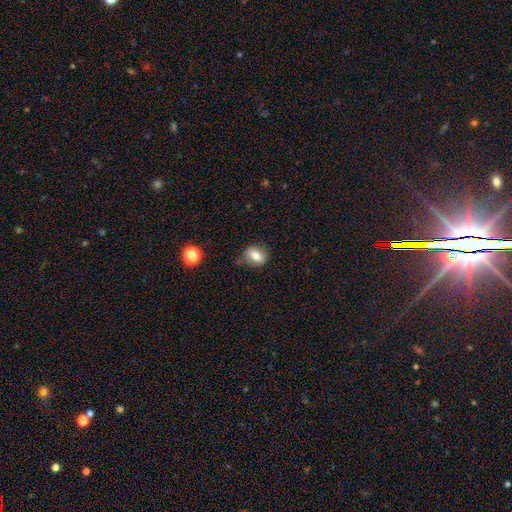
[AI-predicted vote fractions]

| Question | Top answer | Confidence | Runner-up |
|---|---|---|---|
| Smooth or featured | smooth | 75% | featured or disk (15%) |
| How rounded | in between | 58% | round (40%) |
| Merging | none | 69% | minor disturbance (22%) |